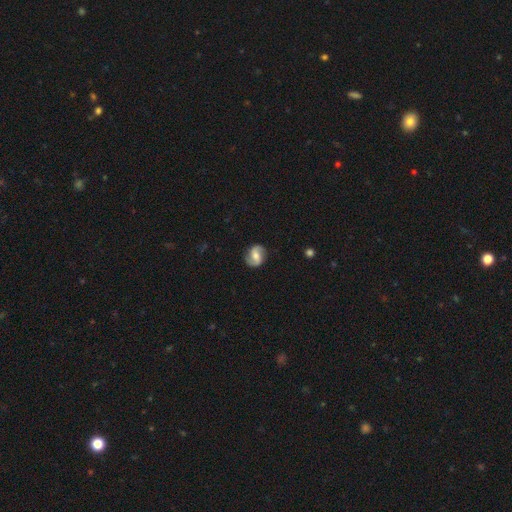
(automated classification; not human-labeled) smooth_or_featured: featured or disk (p=0.74) [alt: smooth p=0.20]
disk_edge_on: no (p=0.97) [alt: yes p=0.03]
bar: weak (p=0.45) [alt: no p=0.31]
has_spiral_arms: yes (p=0.93) [alt: no p=0.07]
spiral_winding: medium (p=0.42) [alt: loose p=0.39]
spiral_arm_count: 2 (p=0.92) [alt: can't tell p=0.03]
bulge_size: moderate (p=0.60) [alt: small p=0.28]
merging: none (p=0.85) [alt: minor disturbance p=0.11]